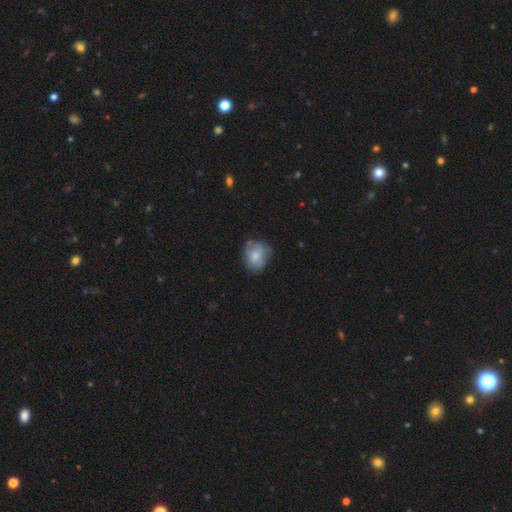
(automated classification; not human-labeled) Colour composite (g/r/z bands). It shows a smooth galaxy with no disk features (68%) that is round (58%). Merging: none (58%).